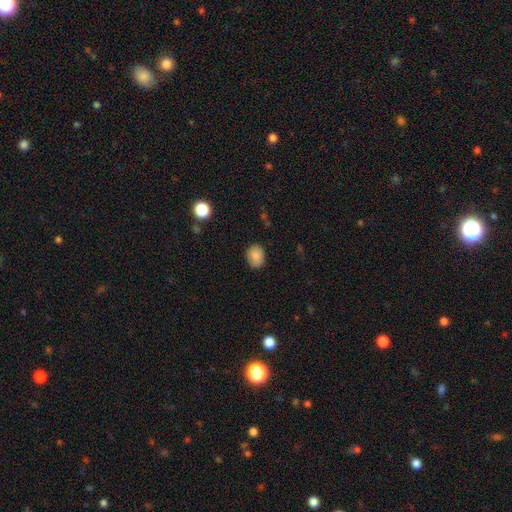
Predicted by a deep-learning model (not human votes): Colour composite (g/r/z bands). It shows a smooth galaxy with no disk features (87%) that is in between round and cigar-shaped (52%). Merging: none (84%).